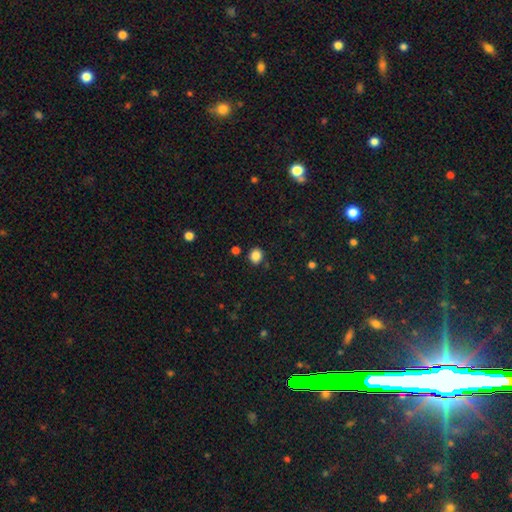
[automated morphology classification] Overall: smooth (85%). How rounded: round (78%). Merging: none (87%).